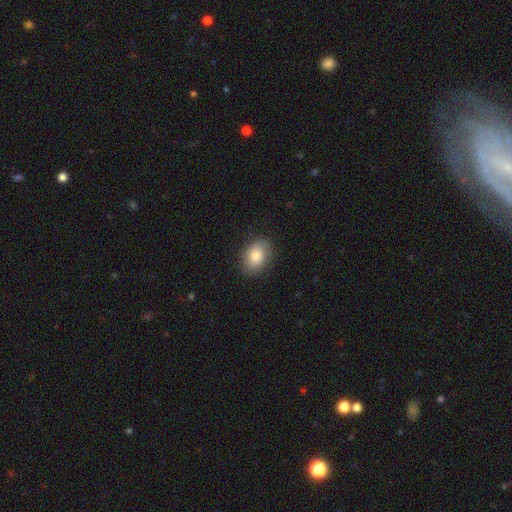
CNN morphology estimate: Smooth or featured? smooth (83%)
How rounded? in between (76%)
Merging? none (84%)